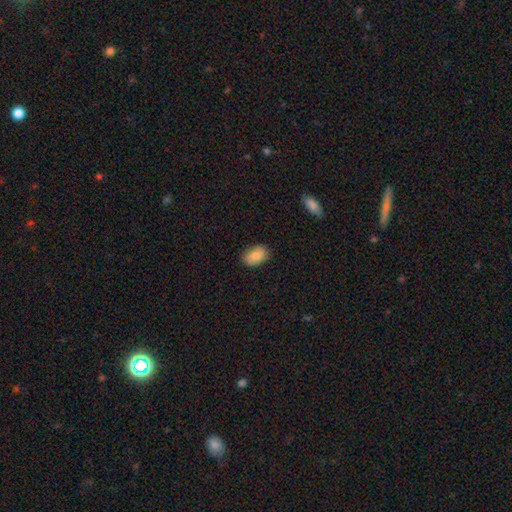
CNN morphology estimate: smooth 86%, featured or disk 7%, star or artifact 7%. Down the decision tree: how rounded — in between (90%); merging — none (85%).